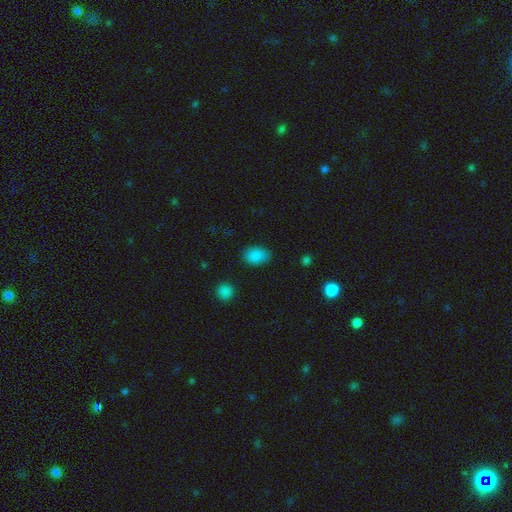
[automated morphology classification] Overall: smooth (86%). How rounded: in between (80%). Merging: none (83%).